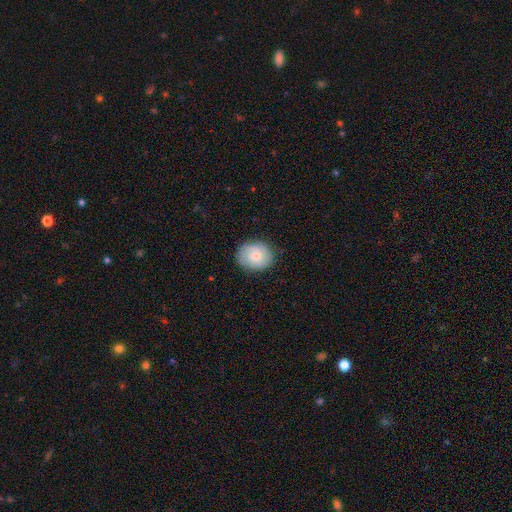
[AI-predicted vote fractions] Morphology: type=smooth (66%); roundness=round (60%); merging=none (80%).